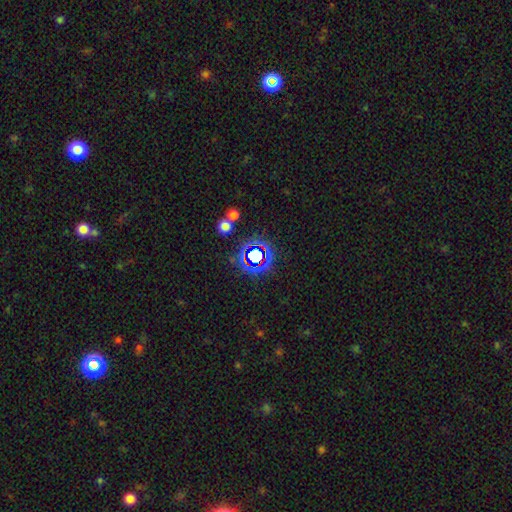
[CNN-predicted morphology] Overall: star or artifact (66%).